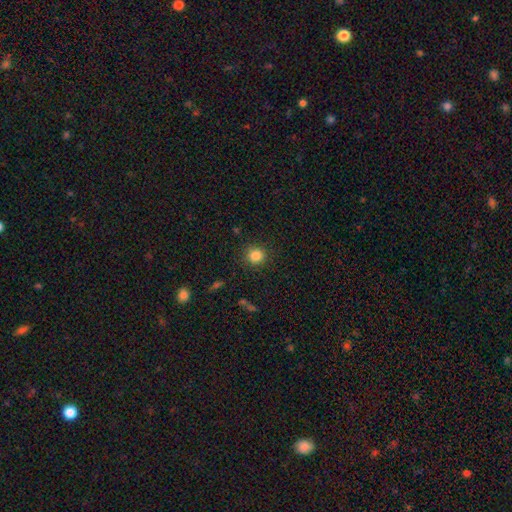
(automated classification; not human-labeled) Smooth or featured: smooth — 84% (star or artifact — 11%)
How rounded: round — 92% (in between — 8%)
Merging: none — 89% (minor disturbance — 7%)